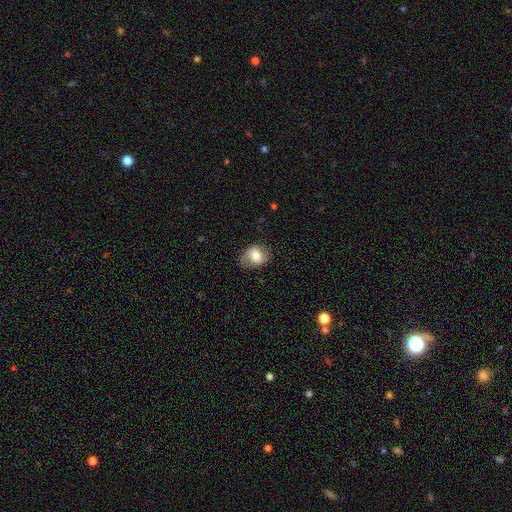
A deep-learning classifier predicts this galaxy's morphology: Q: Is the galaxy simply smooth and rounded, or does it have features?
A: smooth — 67%.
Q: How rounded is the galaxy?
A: in between — 61%.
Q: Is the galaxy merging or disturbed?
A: none — 70%.